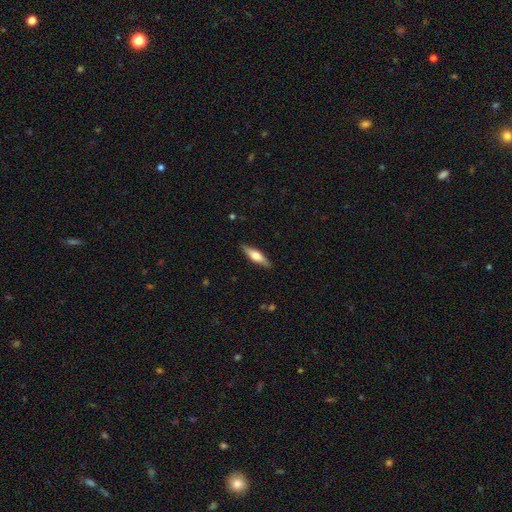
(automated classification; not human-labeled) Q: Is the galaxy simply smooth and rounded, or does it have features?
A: smooth — 51%.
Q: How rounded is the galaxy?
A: cigar-shaped — 63%.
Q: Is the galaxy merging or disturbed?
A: none — 87%.